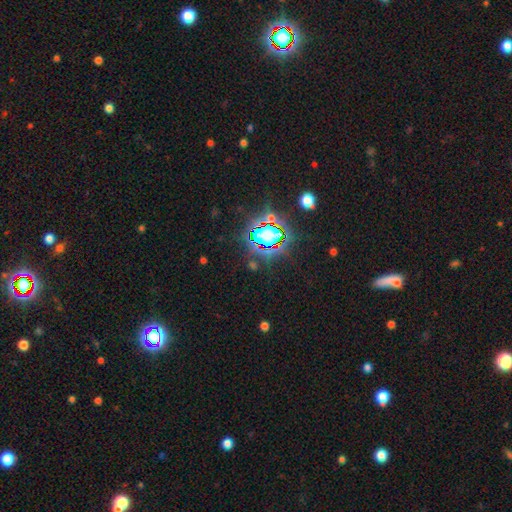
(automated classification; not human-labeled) This appears to be a star or artifact, not a galaxy (83%).